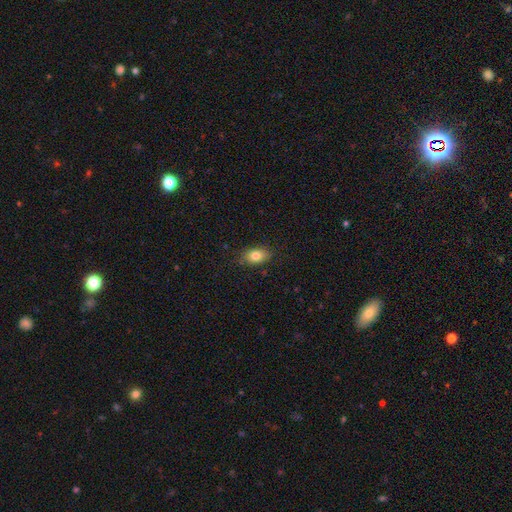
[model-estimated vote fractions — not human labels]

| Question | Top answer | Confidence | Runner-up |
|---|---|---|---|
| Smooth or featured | smooth | 82% | featured or disk (9%) |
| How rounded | in between | 85% | round (12%) |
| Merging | none | 83% | minor disturbance (13%) |